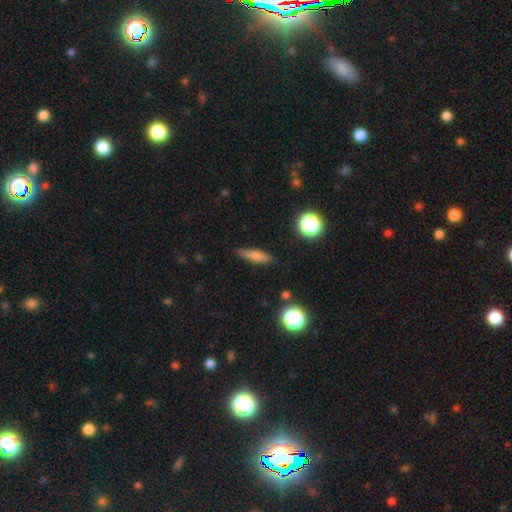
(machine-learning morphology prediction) smooth_or_featured: smooth (p=0.74) [alt: featured or disk p=0.16]
how_rounded: cigar-shaped (p=0.63) [alt: in between p=0.33]
merging: none (p=0.83) [alt: minor disturbance p=0.13]